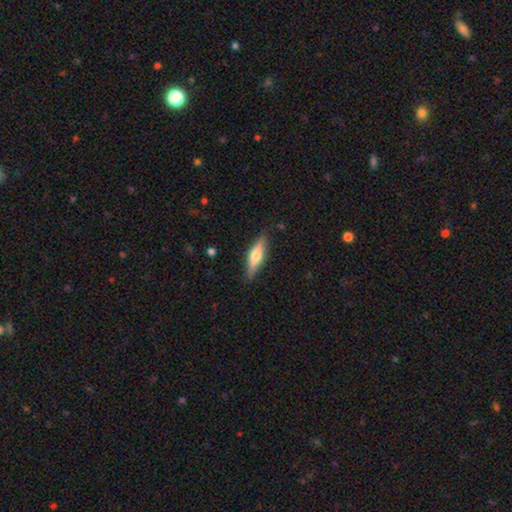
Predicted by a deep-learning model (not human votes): smooth 48%, featured or disk 46%, star or artifact 6%. Down the decision tree: merging — none (85%).